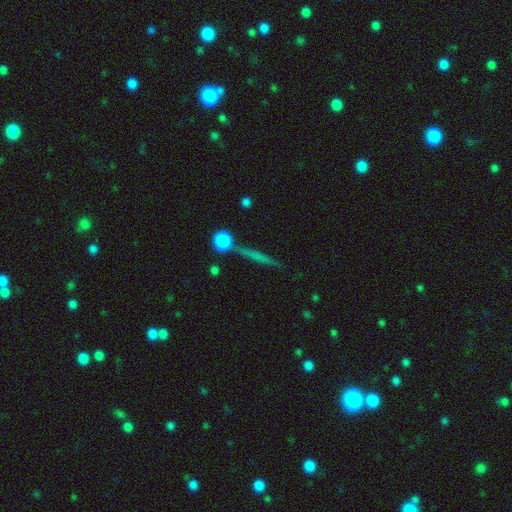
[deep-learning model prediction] smooth_or_featured: featured or disk (p=0.46) [alt: smooth p=0.42]
merging: none (p=0.79) [alt: minor disturbance p=0.11]